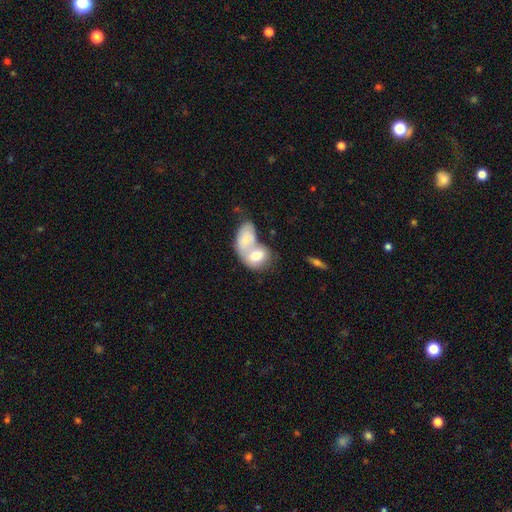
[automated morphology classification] Smooth or featured: smooth — 70% (featured or disk — 24%)
How rounded: in between — 79% (round — 19%)
Merging: merger — 78% (none — 12%)